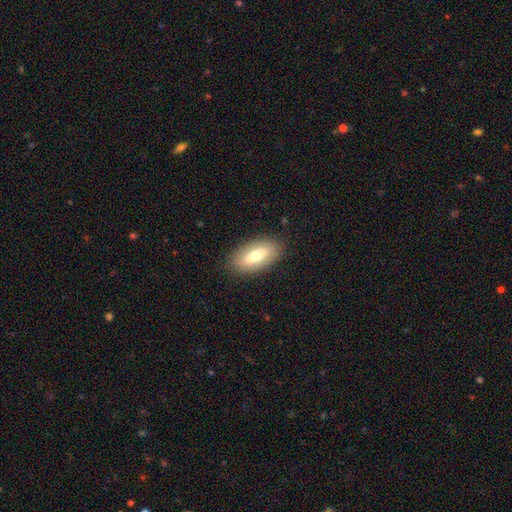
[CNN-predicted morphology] This appears to be a smooth galaxy with no disk features (69%) that is in between round and cigar-shaped (89%). Merging: none (87%).